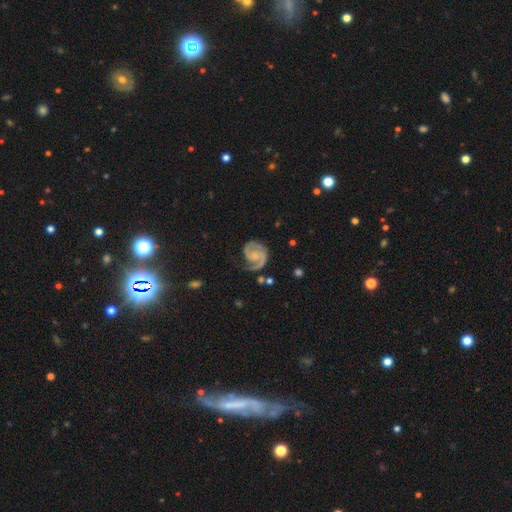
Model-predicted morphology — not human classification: featured or disk 88%, smooth 8%, star or artifact 4%. Down the decision tree: edge-on disk — no (98%); bar — no (63%); spiral arms — yes (98%); spiral arm count — 2 (74%); spiral winding — tight (45%); bulge size — none (41%); merging — none (65%).